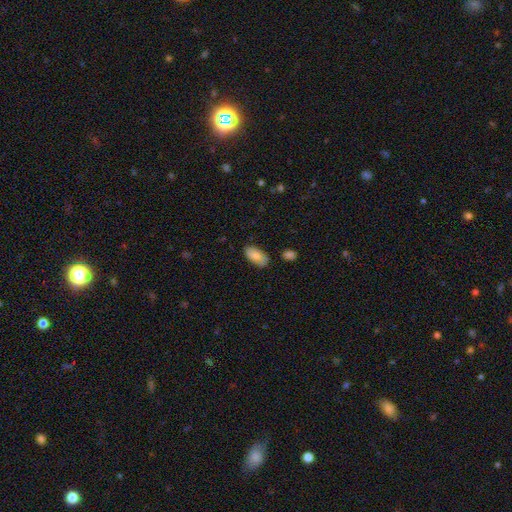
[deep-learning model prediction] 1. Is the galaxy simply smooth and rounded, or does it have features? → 76% smooth, 18% featured or disk, 7% star or artifact.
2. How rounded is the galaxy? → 94% in between, 3% round, 3% cigar-shaped.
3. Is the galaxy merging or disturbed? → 76% none, 18% minor disturbance, 3% major disturbance, 3% merger.